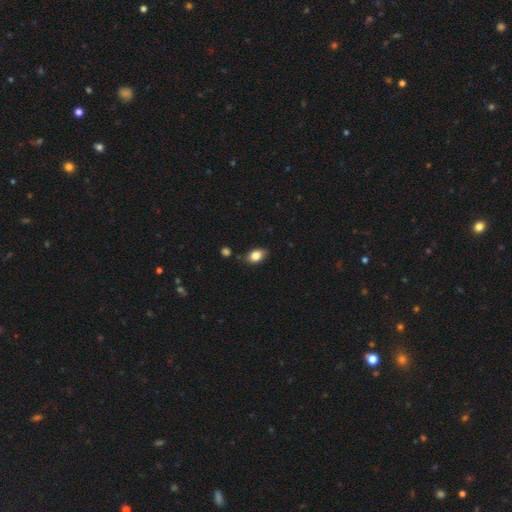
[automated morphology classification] Smooth or featured? smooth (82%)
How rounded? in between (82%)
Merging? none (74%)